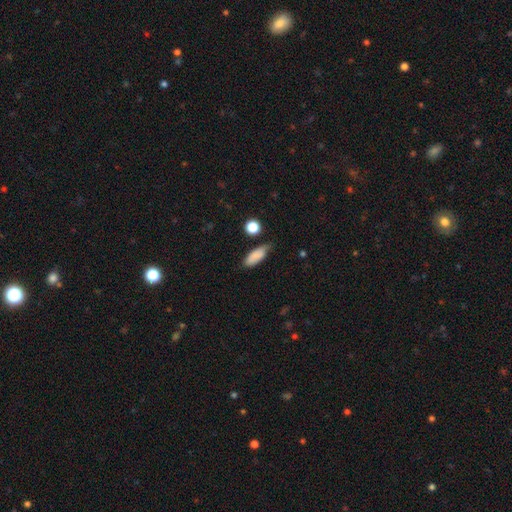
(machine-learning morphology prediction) This is clearly a smooth galaxy (83%). How rounded: likely in between (69%). Merging: likely none (60%).